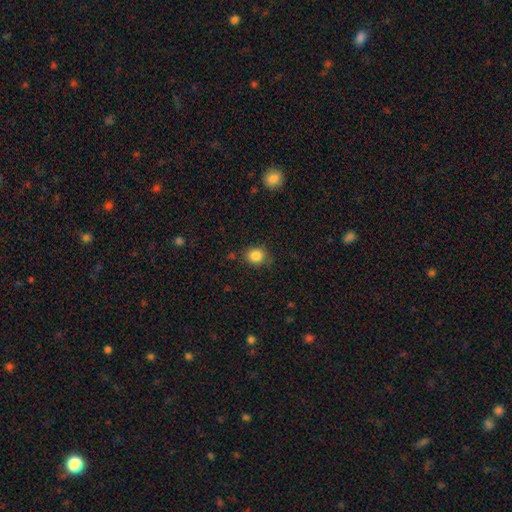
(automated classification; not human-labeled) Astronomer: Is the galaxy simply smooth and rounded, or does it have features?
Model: smooth — 84%.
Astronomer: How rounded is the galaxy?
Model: round — 77%.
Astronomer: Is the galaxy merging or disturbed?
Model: none — 79%.